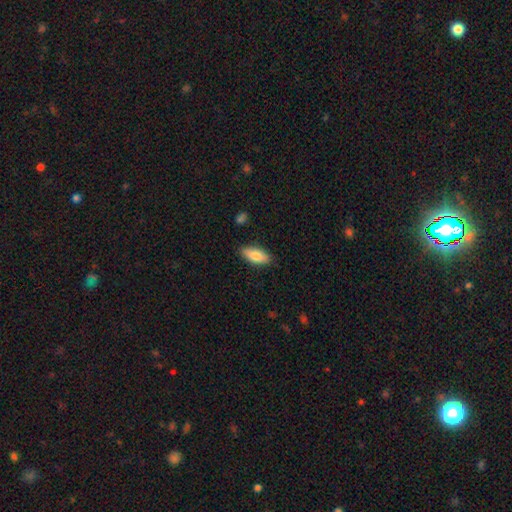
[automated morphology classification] Q: Smooth or featured?
A: smooth (80%); runner-up: featured or disk (14%)
Q: How rounded?
A: in between (81%); runner-up: cigar-shaped (17%)
Q: Merging?
A: none (86%); runner-up: minor disturbance (11%)